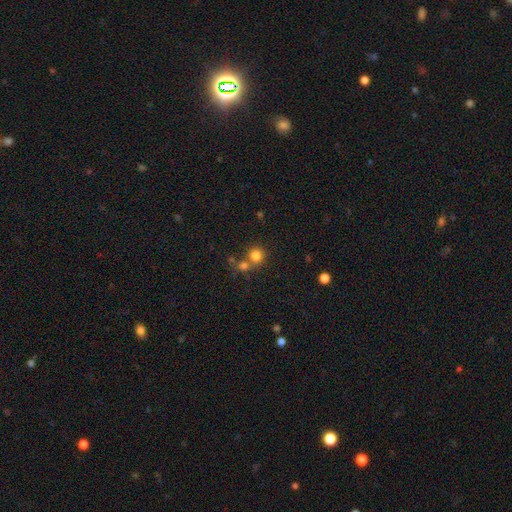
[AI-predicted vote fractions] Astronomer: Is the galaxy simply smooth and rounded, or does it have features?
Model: smooth — 79%.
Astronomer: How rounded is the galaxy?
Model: round — 90%.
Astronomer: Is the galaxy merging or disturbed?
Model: none — 59%.